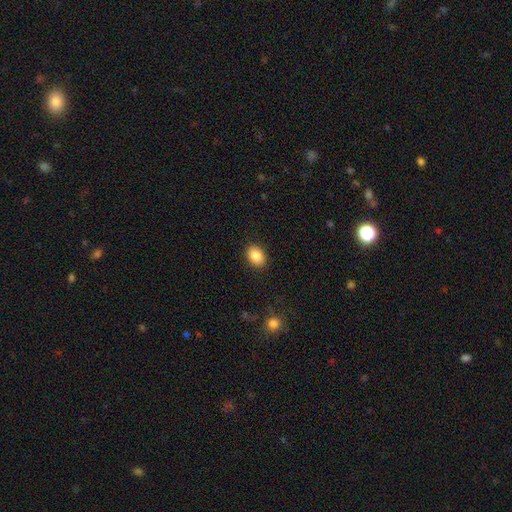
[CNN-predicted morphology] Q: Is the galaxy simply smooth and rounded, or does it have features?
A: smooth — 87%.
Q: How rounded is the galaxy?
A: in between — 72%.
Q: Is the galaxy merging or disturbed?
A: none — 88%.